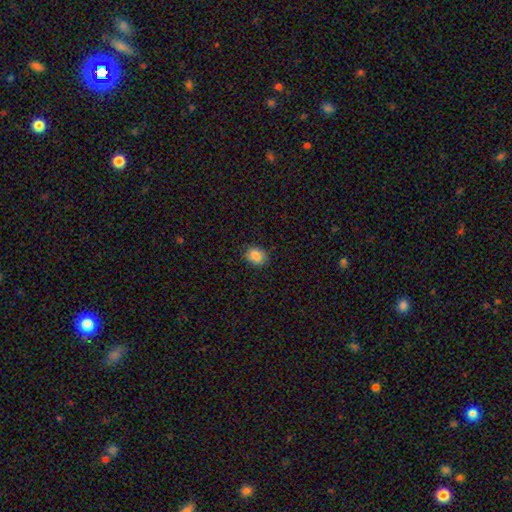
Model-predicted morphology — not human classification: Smooth or featured: smooth — 86% (star or artifact — 9%)
How rounded: round — 50% (tied with in between — 50%)
Merging: none — 87% (minor disturbance — 10%)